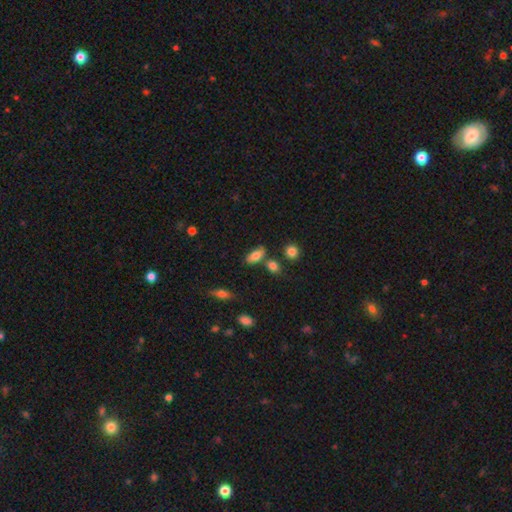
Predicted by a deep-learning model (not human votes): A smooth galaxy with no disk features (76%) that is in between round and cigar-shaped (81%). Merging: none (67%).